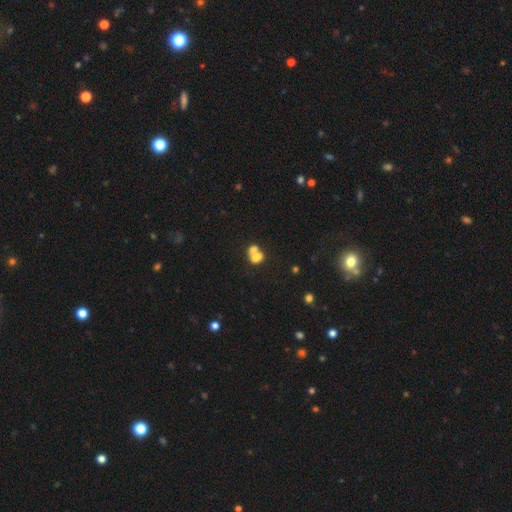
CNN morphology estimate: Smooth or featured: smooth — 66% (featured or disk — 21%)
How rounded: in between — 56% (round — 42%)
Merging: merger — 63% (none — 25%)